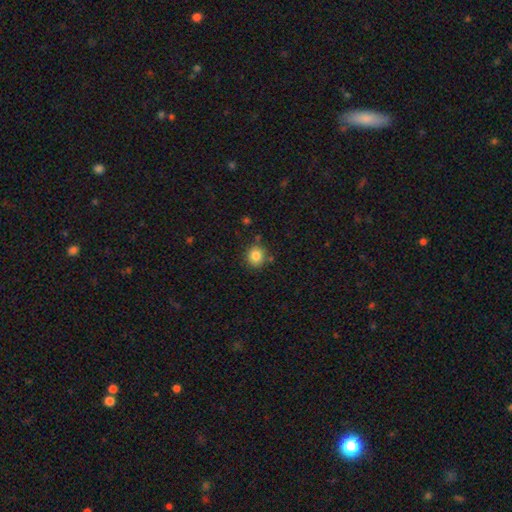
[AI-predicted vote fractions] smooth-or-featured: smooth: 83% | star or artifact: 11% | featured or disk: 6%
  how-rounded: round: 87% | in between: 12% | cigar-shaped: 1%
  merging: none: 85% | minor disturbance: 9% | merger: 4% | major disturbance: 2%